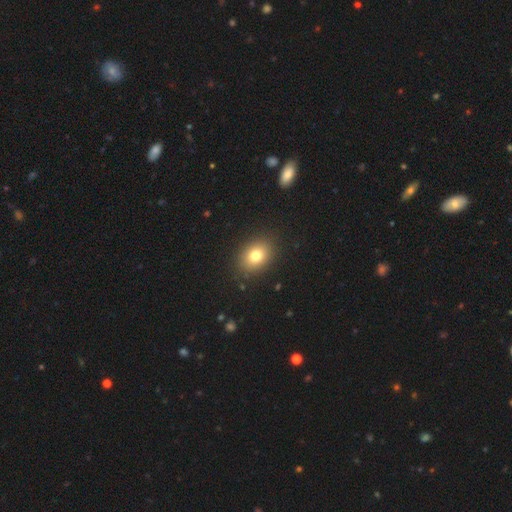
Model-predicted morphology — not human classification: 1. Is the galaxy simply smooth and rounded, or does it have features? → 78% smooth, 11% star or artifact, 11% featured or disk.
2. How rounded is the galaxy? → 63% in between, 36% round, 1% cigar-shaped.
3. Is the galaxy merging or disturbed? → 88% none, 8% minor disturbance, 3% major disturbance, 1% merger.